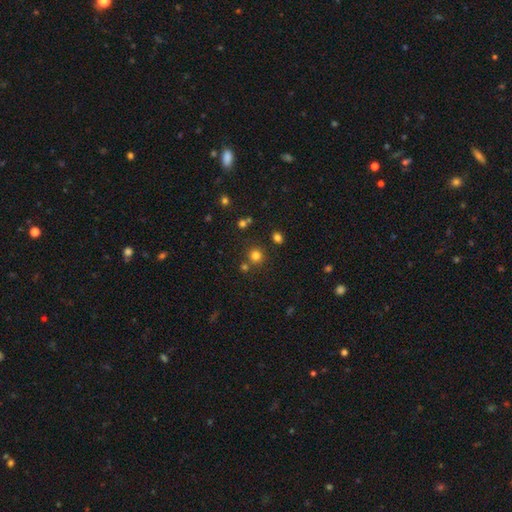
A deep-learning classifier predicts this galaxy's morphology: smooth-or-featured: smooth: 76% | star or artifact: 17% | featured or disk: 6%
  how-rounded: round: 92% | in between: 8% | cigar-shaped: 1%
  merging: none: 77% | merger: 13% | minor disturbance: 7% | major disturbance: 3%